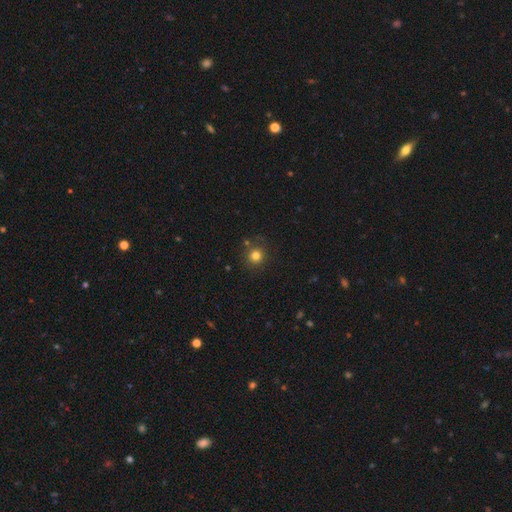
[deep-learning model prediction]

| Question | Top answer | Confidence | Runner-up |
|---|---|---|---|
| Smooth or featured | smooth | 80% | star or artifact (14%) |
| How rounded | round | 92% | in between (7%) |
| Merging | none | 83% | minor disturbance (9%) |